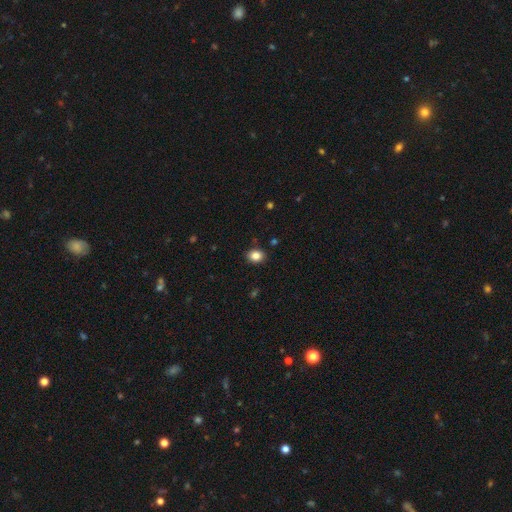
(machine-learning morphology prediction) smooth-or-featured: smooth: 85% | star or artifact: 10% | featured or disk: 5%
  how-rounded: in between: 55% | round: 44% | cigar-shaped: 1%
  merging: none: 89% | minor disturbance: 8% | major disturbance: 2% | merger: 1%